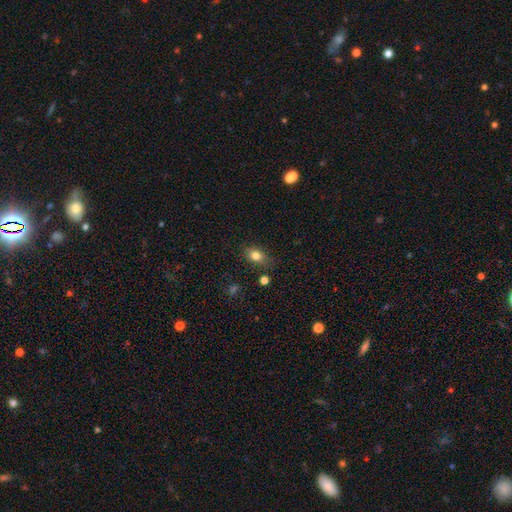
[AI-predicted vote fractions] This appears to be a smooth galaxy with no disk features (81%) that is in between round and cigar-shaped (76%). Merging: none (76%).